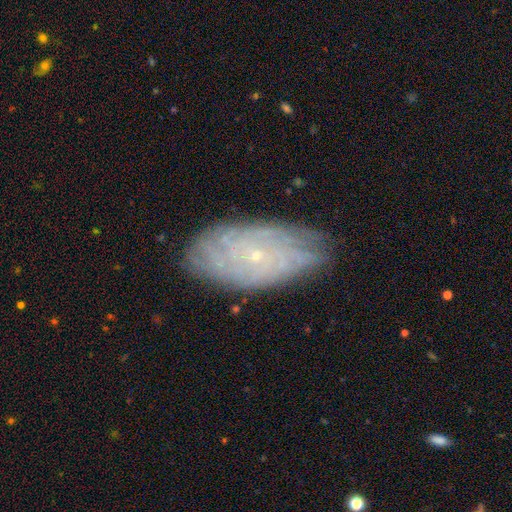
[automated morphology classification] This appears to be a featured or disk galaxy (76%) with no bar (81%), tight (76%) spiral arms (90%) and a small central bulge (87%). Merging: none (79%).